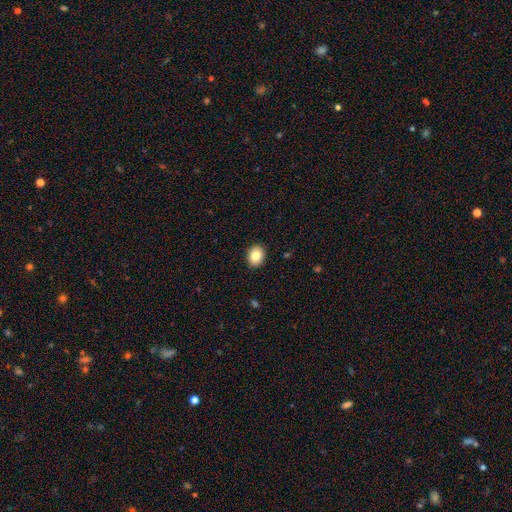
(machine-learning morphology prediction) type=smooth (83%); roundness=in between (52%); merging=none (91%).